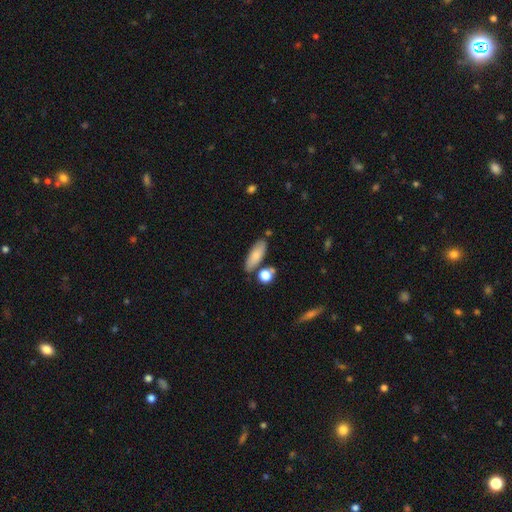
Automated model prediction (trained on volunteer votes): Q: Smooth or featured?
A: smooth (80%); runner-up: featured or disk (13%)
Q: How rounded?
A: in between (67%); runner-up: cigar-shaped (30%)
Q: Merging?
A: none (74%); runner-up: minor disturbance (14%)